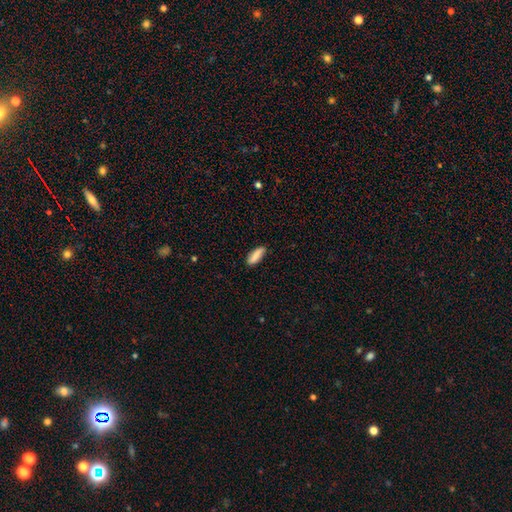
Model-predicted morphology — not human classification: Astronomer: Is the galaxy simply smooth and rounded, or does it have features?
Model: smooth — 84%.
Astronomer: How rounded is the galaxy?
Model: in between — 57% (runner-up: cigar-shaped, 41%).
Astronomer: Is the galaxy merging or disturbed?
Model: none — 83%.